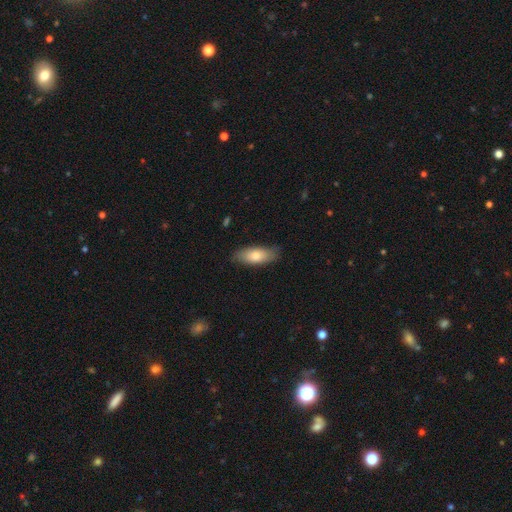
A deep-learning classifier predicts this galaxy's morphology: smooth-or-featured: smooth: 75% | featured or disk: 19% | star or artifact: 6%
  how-rounded: in between: 78% | cigar-shaped: 20% | round: 3%
  merging: none: 80% | minor disturbance: 16% | major disturbance: 3% | merger: 1%